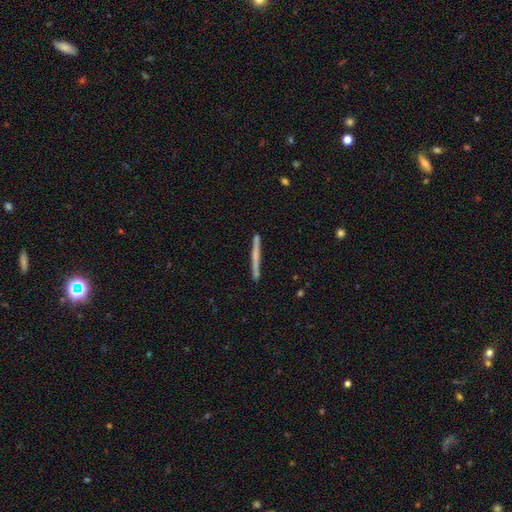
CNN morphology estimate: Smooth or featured? Predicted: smooth (p=0.51). How rounded? Predicted: cigar-shaped (p=0.97). Merging? Predicted: none (p=0.90).